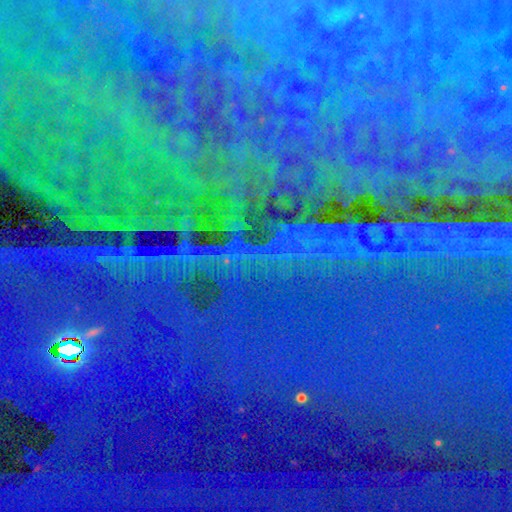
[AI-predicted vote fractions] A star or artifact, not a galaxy (87%).

Vote fractions:
- Smooth or featured? star or artifact: 87% / featured or disk: 7% / smooth: 6%